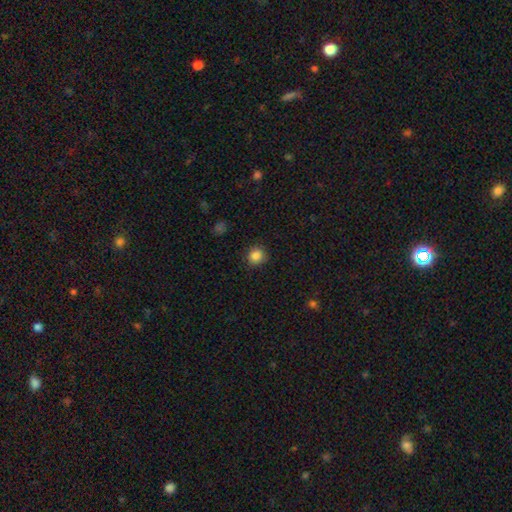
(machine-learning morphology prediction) Smooth or featured? Predicted: smooth (p=0.85). How rounded? Predicted: round (p=0.87). Merging? Predicted: none (p=0.89).